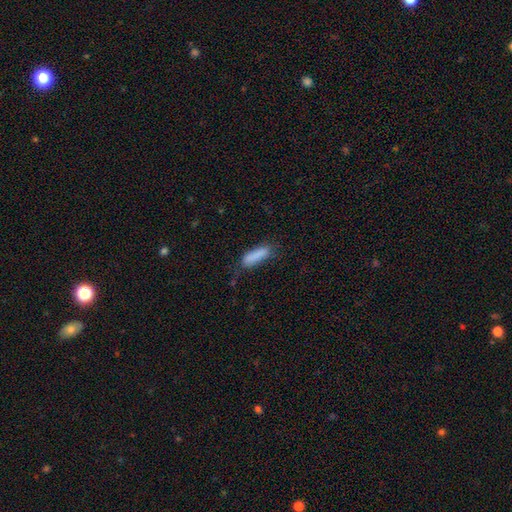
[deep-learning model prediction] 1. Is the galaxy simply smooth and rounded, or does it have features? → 85% smooth, 8% featured or disk, 7% star or artifact.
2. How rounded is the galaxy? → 58% cigar-shaped, 40% in between, 2% round.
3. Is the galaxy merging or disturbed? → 67% none, 23% minor disturbance, 7% major disturbance, 2% merger.